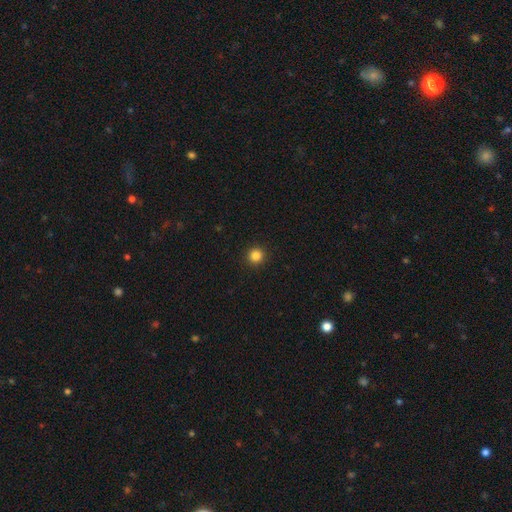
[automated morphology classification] Overall: smooth (84%). How rounded: round (95%). Merging: none (93%).